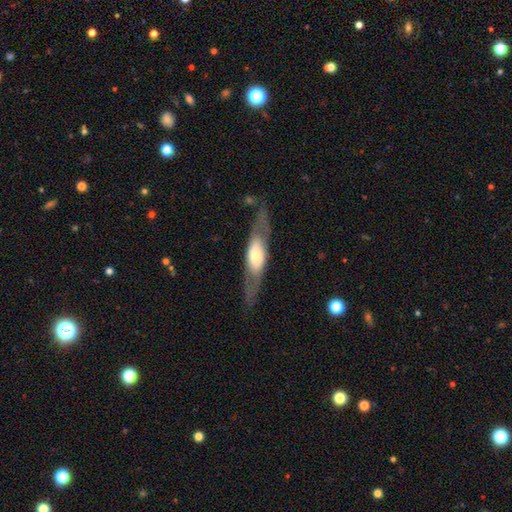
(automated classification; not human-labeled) smooth-or-featured: featured or disk: 59% | smooth: 35% | star or artifact: 5%
  disk-edge-on: yes: 56% | no: 44%
  merging: none: 73% | minor disturbance: 15% | major disturbance: 9% | merger: 2%